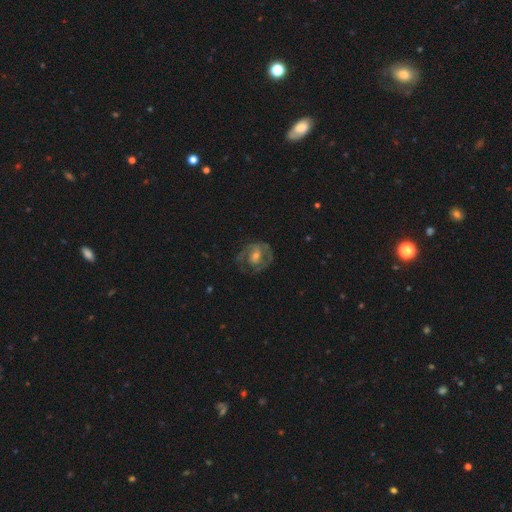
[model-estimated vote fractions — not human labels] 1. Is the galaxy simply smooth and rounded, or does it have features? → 71% featured or disk, 23% smooth, 7% star or artifact.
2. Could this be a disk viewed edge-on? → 97% no, 3% yes.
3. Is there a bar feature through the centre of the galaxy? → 53% no, 36% weak, 12% strong.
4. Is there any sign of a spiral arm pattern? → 72% yes, 28% no.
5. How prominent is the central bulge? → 52% moderate, 42% small, 4% large, 2% none, 1% dominant.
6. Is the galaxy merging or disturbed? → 59% none, 21% minor disturbance, 19% major disturbance, 2% merger.